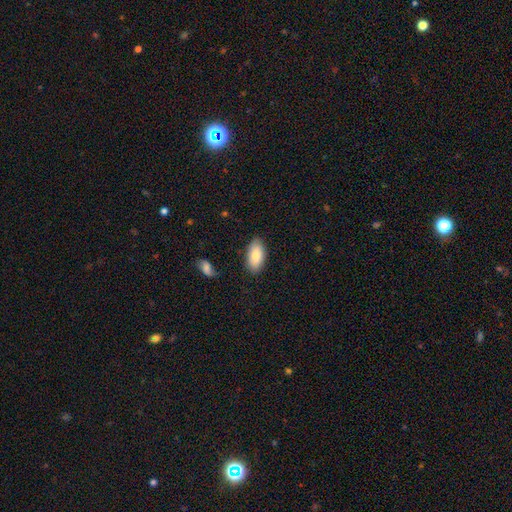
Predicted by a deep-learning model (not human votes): A smooth galaxy with no disk features (83%) that is in between round and cigar-shaped (93%).

Vote fractions:
- Smooth or featured? smooth: 83% / featured or disk: 11% / star or artifact: 6%
- How rounded? in between: 93% / cigar-shaped: 5% / round: 2%
- Merging? none: 85% / minor disturbance: 11% / major disturbance: 2% / merger: 2%